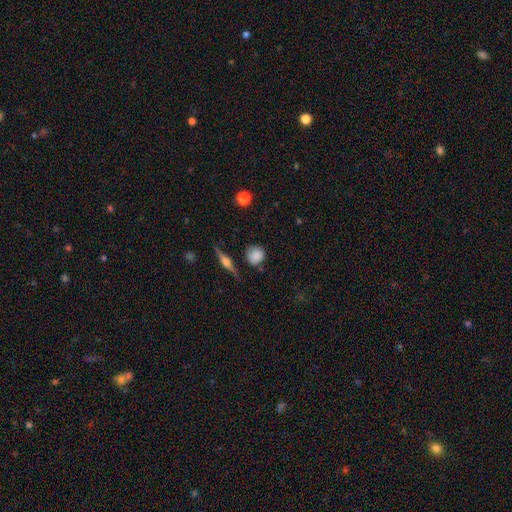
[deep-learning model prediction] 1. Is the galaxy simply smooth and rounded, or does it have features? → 77% smooth, 13% featured or disk, 10% star or artifact.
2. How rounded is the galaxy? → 89% round, 9% in between, 2% cigar-shaped.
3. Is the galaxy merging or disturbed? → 75% none, 16% minor disturbance, 4% merger, 4% major disturbance.